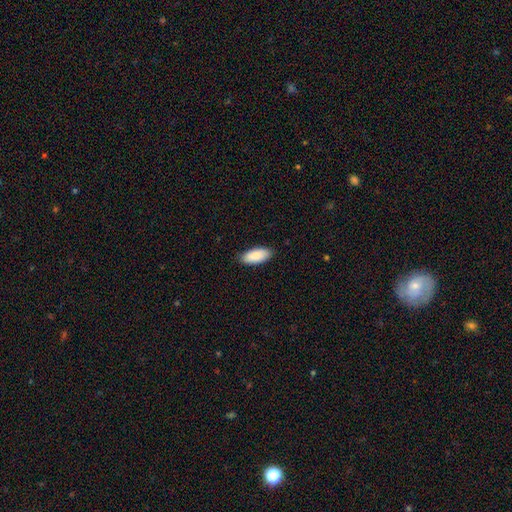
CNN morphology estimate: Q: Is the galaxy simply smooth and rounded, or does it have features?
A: smooth — 88%.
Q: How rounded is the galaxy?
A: in between — 88%.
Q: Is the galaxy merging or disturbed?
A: none — 88%.